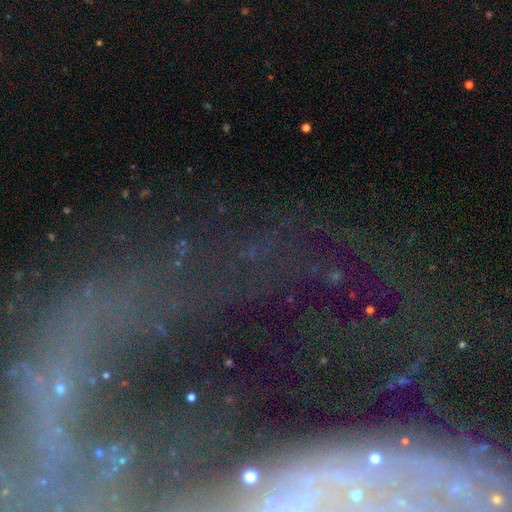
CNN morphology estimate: This appears to be a star or artifact, not a galaxy (65%).